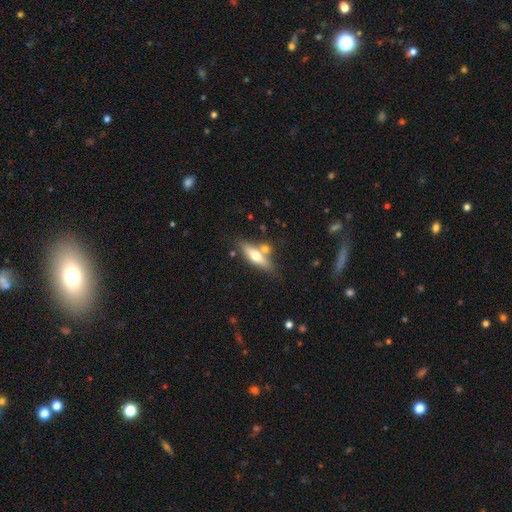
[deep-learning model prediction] Smooth or featured? Predicted: smooth (p=0.50). How rounded? Predicted: cigar-shaped (p=0.58). Merging? Predicted: none (p=0.67).